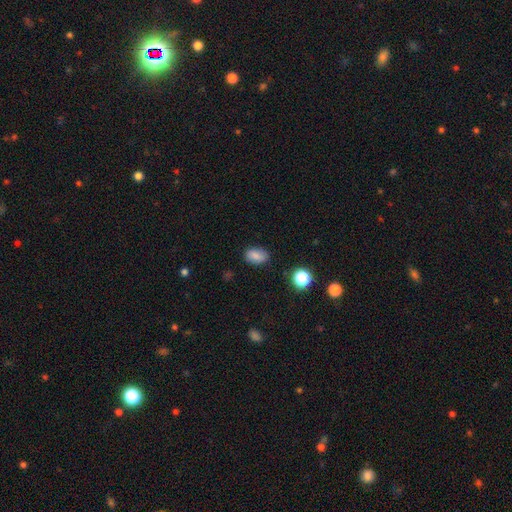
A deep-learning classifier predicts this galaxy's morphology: smooth 82%, star or artifact 11%, featured or disk 7%. Down the decision tree: how rounded — in between (85%); merging — none (80%).